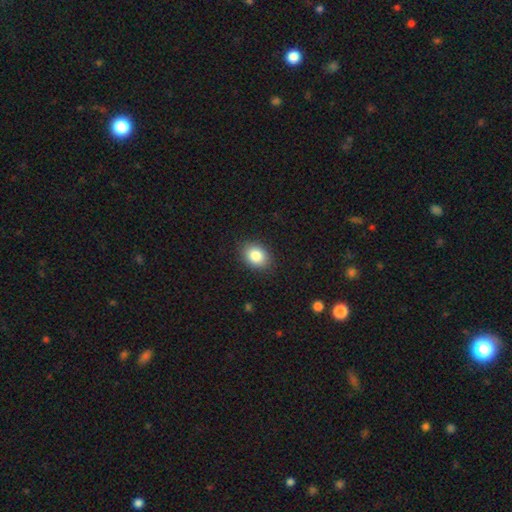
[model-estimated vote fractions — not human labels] Smooth or featured? smooth (85%)
How rounded? in between (69%)
Merging? none (87%)